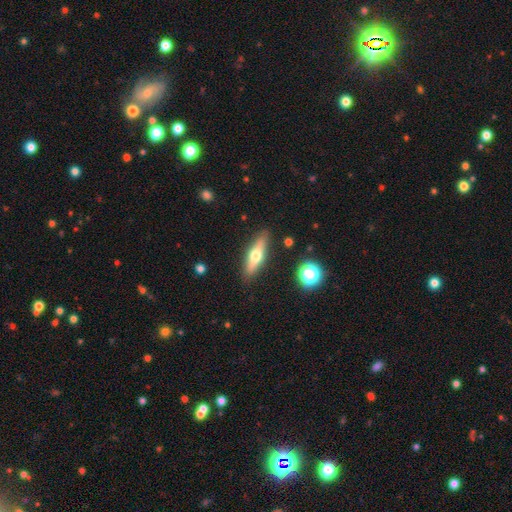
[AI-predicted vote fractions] Morphology: type=smooth (47%); merging=none (87%).